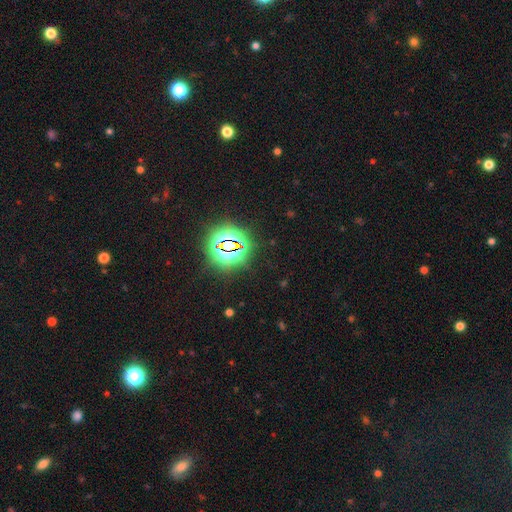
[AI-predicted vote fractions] Smooth or featured? Predicted: star or artifact (p=0.81).